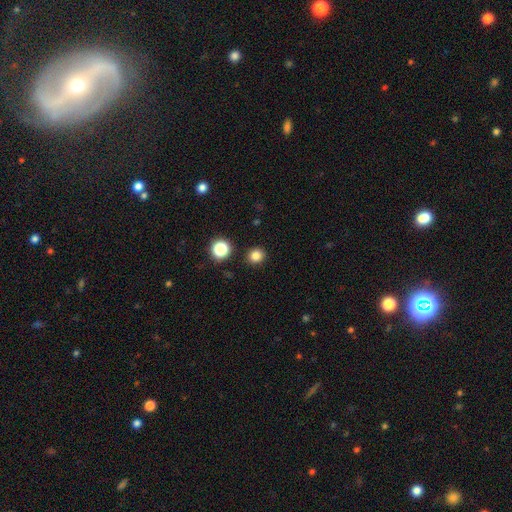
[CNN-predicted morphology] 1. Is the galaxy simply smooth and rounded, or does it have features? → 82% smooth, 14% star or artifact, 4% featured or disk.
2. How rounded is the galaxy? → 85% round, 14% in between, 1% cigar-shaped.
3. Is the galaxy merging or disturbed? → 90% none, 6% minor disturbance, 2% merger, 2% major disturbance.